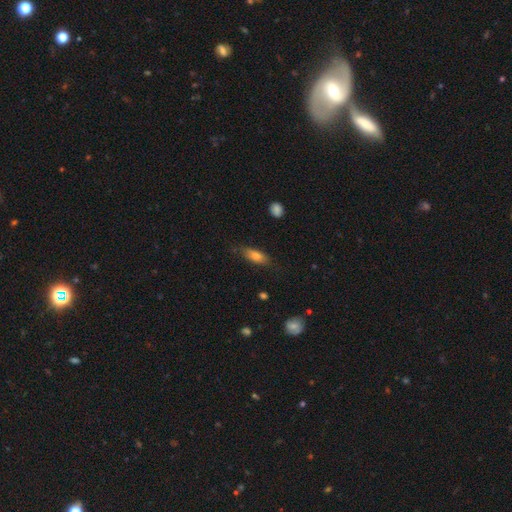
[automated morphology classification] type=smooth (75%); roundness=in between (69%); merging=none (74%).